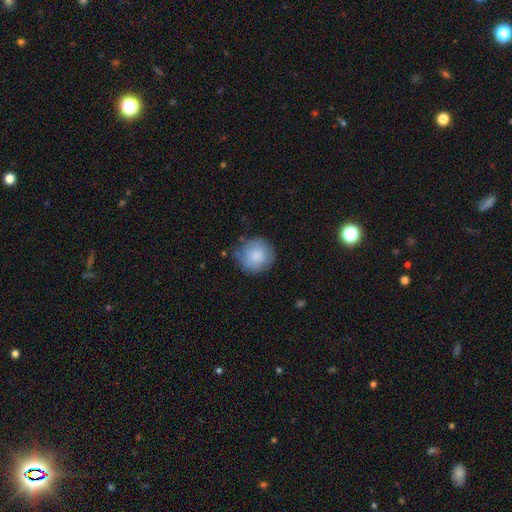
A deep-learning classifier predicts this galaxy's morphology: A smooth galaxy with no disk features (81%) that is round (92%). Merging: none (74%).